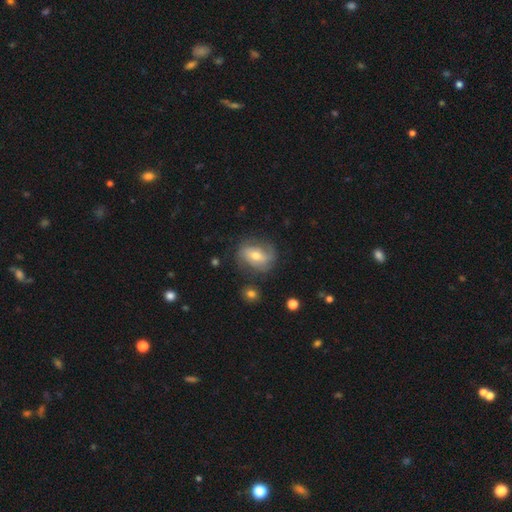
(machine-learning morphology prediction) This is possibly a featured or disk galaxy (54%). It is clearly not viewed edge-on (93%). Bar: marginally weak (41%). Spiral arm pattern: likely yes (70%). Central bulge: likely moderate (68%). Merging: likely none (69%).